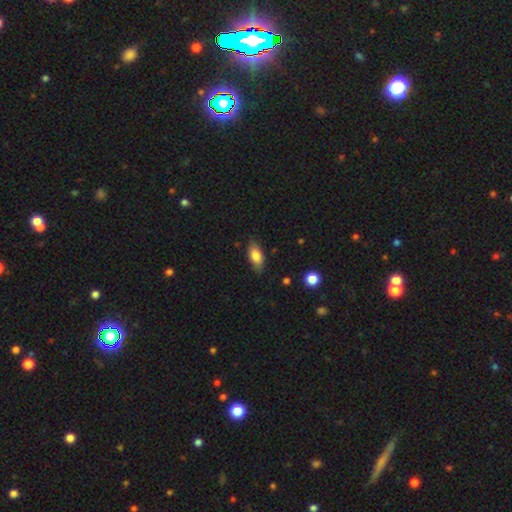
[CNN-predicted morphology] smooth-or-featured: smooth: 78% | featured or disk: 16% | star or artifact: 7%
  how-rounded: in between: 87% | cigar-shaped: 10% | round: 3%
  merging: none: 81% | minor disturbance: 15% | major disturbance: 3% | merger: 1%